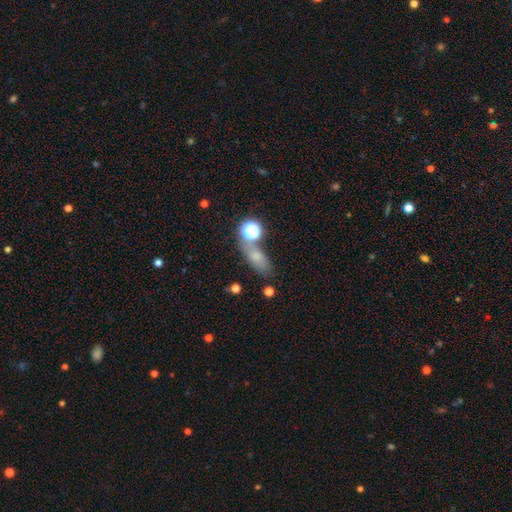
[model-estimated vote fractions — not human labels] A smooth galaxy with no disk features (64%) that is in between round and cigar-shaped (62%). Merging: none (60%).